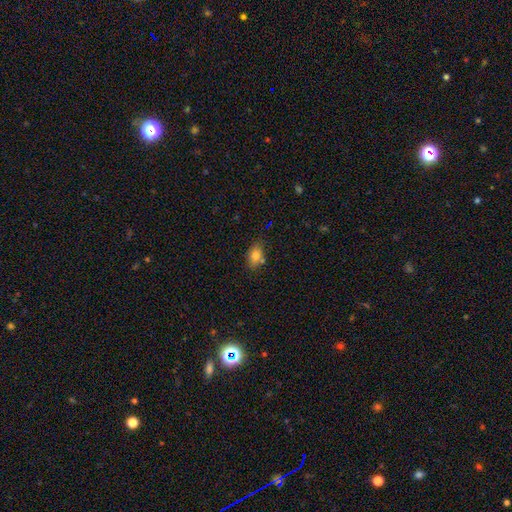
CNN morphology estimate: smooth 79%, star or artifact 11%, featured or disk 10%. Down the decision tree: how rounded — in between (83%); merging — none (71%).